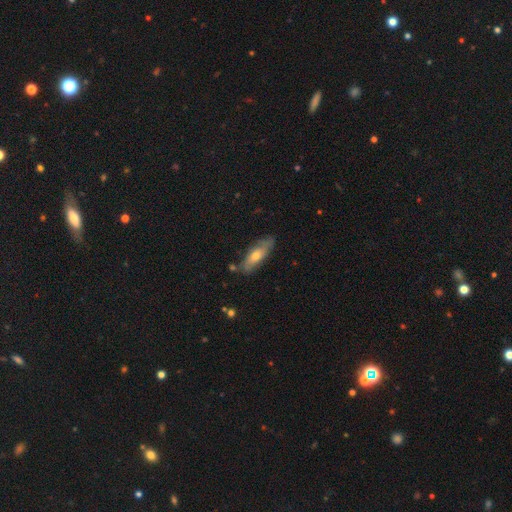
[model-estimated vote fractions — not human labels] smooth-or-featured: smooth: 54% | featured or disk: 40% | star or artifact: 6%
  how-rounded: in between: 52% | cigar-shaped: 46% | round: 2%
  merging: none: 76% | minor disturbance: 18% | major disturbance: 3% | merger: 3%